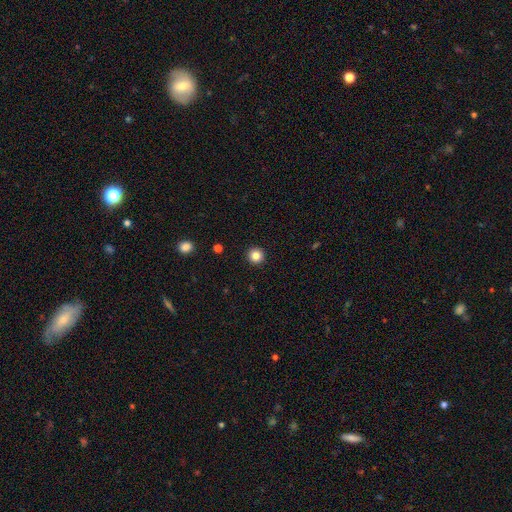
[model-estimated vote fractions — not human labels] A smooth galaxy with no disk features (85%) that is round (96%).

Vote fractions:
- Smooth or featured? smooth: 85% / star or artifact: 11% / featured or disk: 4%
- How rounded? round: 96% / in between: 3% / cigar-shaped: 1%
- Merging? none: 93% / minor disturbance: 4% / major disturbance: 1% / merger: 1%